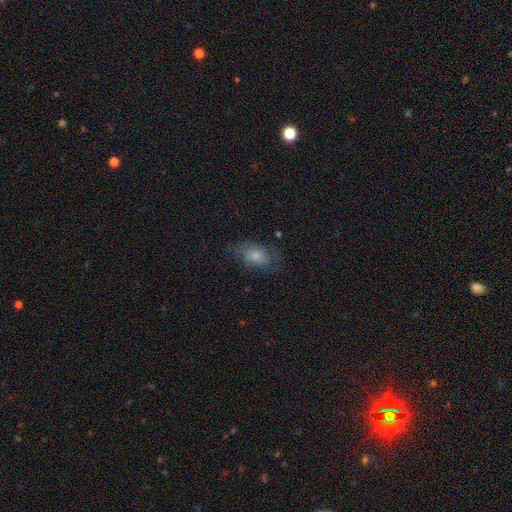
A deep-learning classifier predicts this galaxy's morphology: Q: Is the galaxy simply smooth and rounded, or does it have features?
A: smooth — 61%.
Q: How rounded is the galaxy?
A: in between — 84%.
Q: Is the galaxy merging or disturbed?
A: none — 58%.